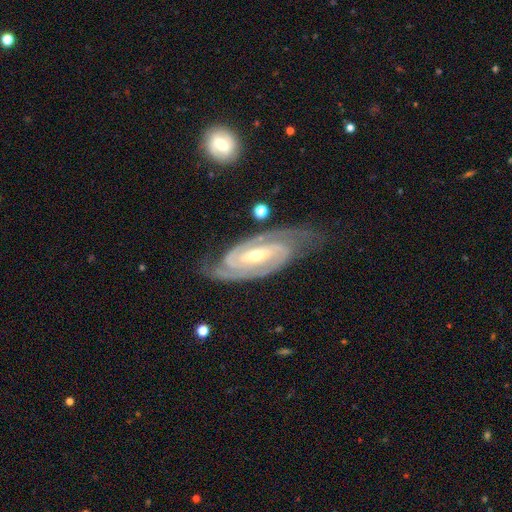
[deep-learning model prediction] featured or disk 93%, star or artifact 4%, smooth 3%. Down the decision tree: edge-on disk — no (96%); bar — strong (50%); spiral arms — yes (99%); spiral arm count — 2 (82%); spiral winding — tight (64%); bulge size — small (56%); merging — none (77%).